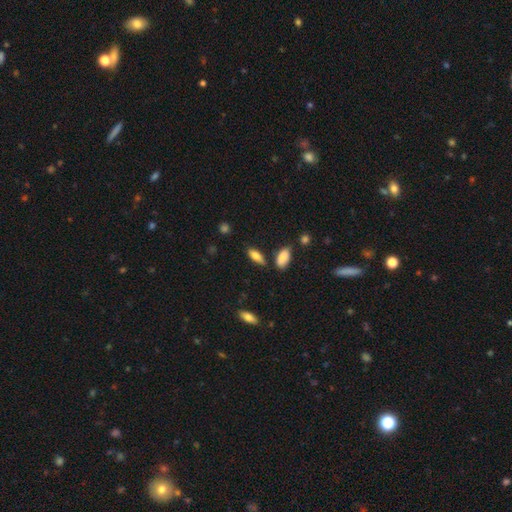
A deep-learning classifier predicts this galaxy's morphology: smooth_or_featured: smooth (p=0.77) [alt: featured or disk p=0.15]
how_rounded: in between (p=0.76) [alt: cigar-shaped p=0.21]
merging: none (p=0.77) [alt: minor disturbance p=0.13]